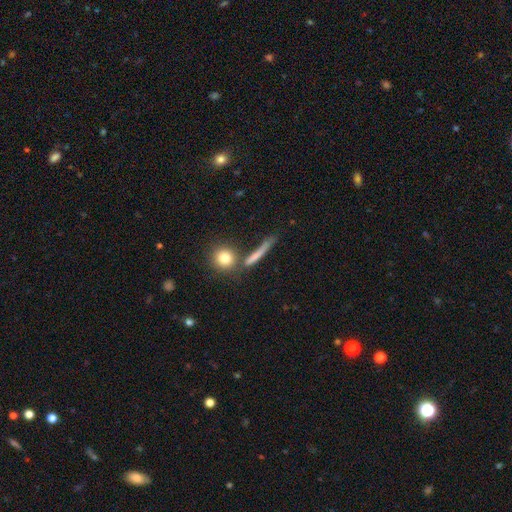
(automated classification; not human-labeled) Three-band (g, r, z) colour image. It shows a smooth galaxy with no disk features (69%) that is cigar-shaped (71%). Merging: none (67%).